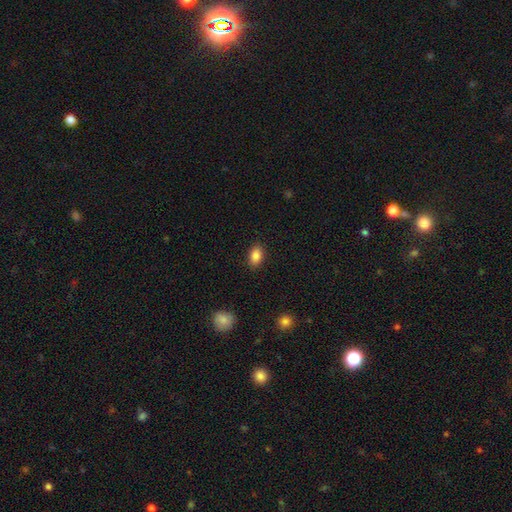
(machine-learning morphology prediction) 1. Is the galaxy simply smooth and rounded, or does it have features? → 86% smooth, 9% star or artifact, 5% featured or disk.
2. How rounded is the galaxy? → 86% in between, 12% round, 2% cigar-shaped.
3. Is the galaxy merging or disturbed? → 88% none, 9% minor disturbance, 2% major disturbance, 1% merger.